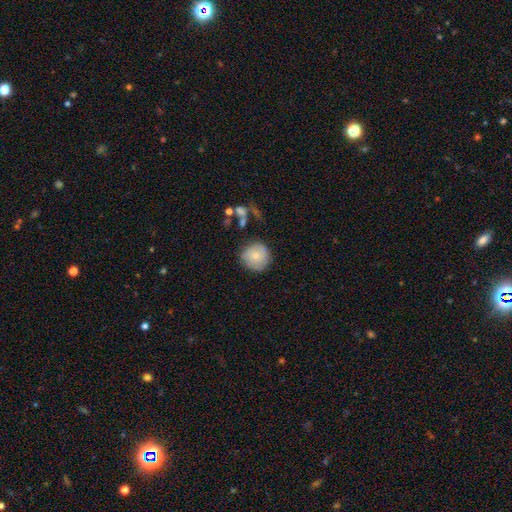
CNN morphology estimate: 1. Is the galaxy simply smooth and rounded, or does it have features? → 71% smooth, 21% featured or disk, 8% star or artifact.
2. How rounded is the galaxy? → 93% round, 6% in between, 1% cigar-shaped.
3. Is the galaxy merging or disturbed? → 76% none, 17% minor disturbance, 5% major disturbance, 3% merger.